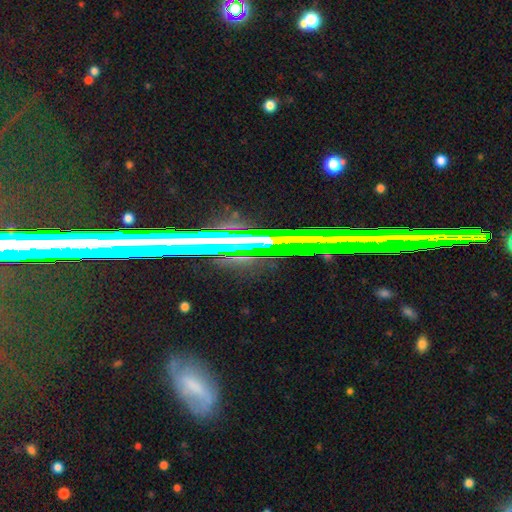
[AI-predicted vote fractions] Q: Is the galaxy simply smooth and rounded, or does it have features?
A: featured or disk — 45%.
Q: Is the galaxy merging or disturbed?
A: none — 88%.